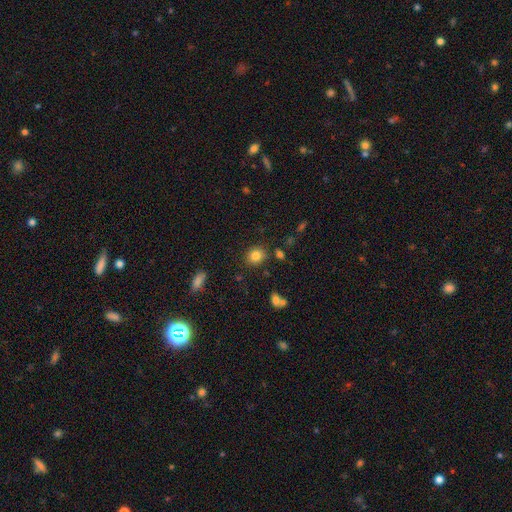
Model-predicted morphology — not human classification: smooth_or_featured: smooth (p=0.83) [alt: star or artifact p=0.11]
how_rounded: round (p=0.70) [alt: in between p=0.29]
merging: none (p=0.83) [alt: minor disturbance p=0.10]